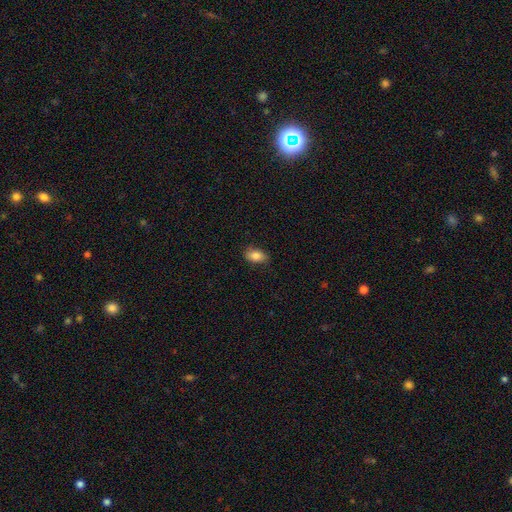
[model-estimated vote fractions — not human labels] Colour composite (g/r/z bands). It shows a smooth galaxy with no disk features (83%) that is in between round and cigar-shaped (88%). Merging: none (83%).